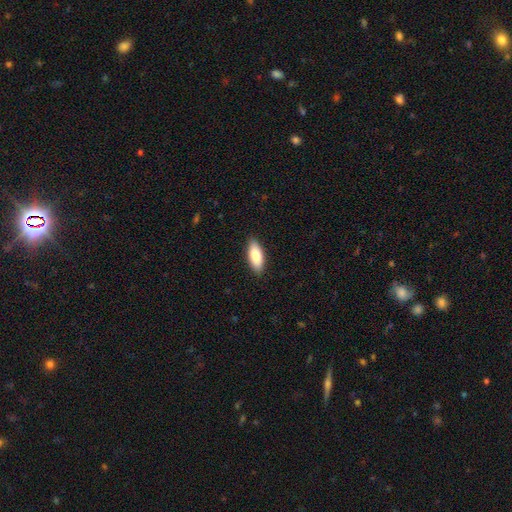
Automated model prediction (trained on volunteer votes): Morphology: type=smooth (83%); roundness=in between (76%); merging=none (89%).